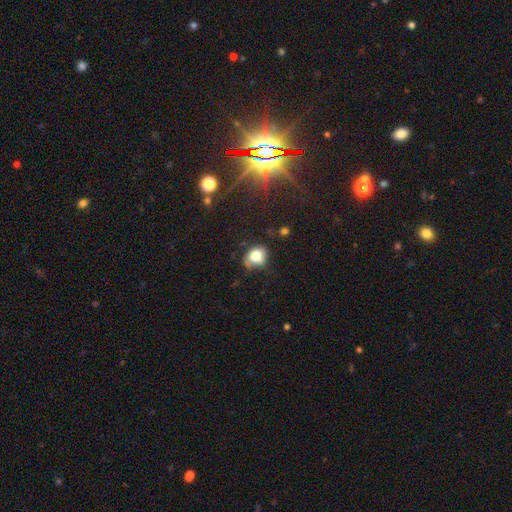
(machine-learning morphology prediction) Smooth or featured? Predicted: smooth (p=0.75). How rounded? Predicted: in between (p=0.50). Merging? Predicted: none (p=0.50).